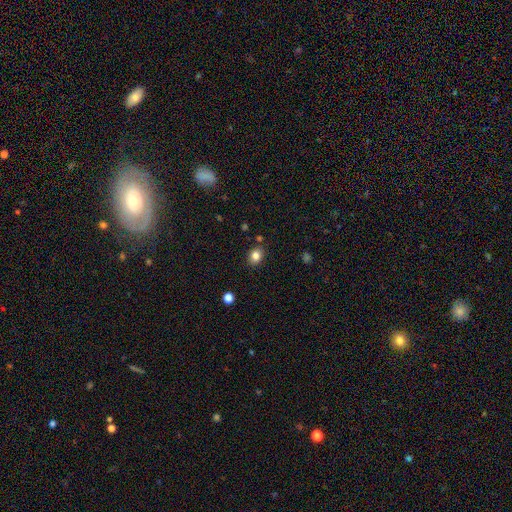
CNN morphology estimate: smooth_or_featured: smooth (p=0.83) [alt: star or artifact p=0.11]
how_rounded: round (p=0.53) [alt: in between p=0.46]
merging: none (p=0.85) [alt: minor disturbance p=0.10]